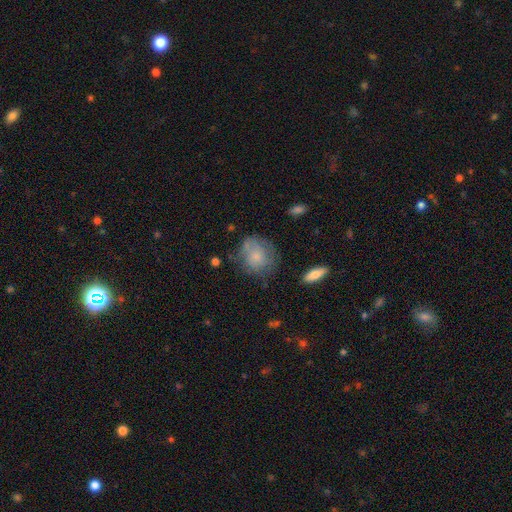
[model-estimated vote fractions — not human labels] Smooth or featured? Predicted: smooth (p=0.70). How rounded? Predicted: round (p=0.71). Merging? Predicted: none (p=0.60).